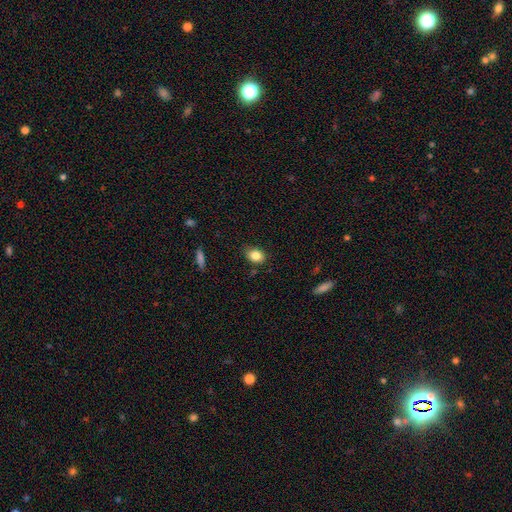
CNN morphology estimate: smooth-or-featured: smooth: 85% | star or artifact: 9% | featured or disk: 6%
  how-rounded: in between: 69% | round: 30% | cigar-shaped: 1%
  merging: none: 82% | minor disturbance: 14% | major disturbance: 2% | merger: 2%